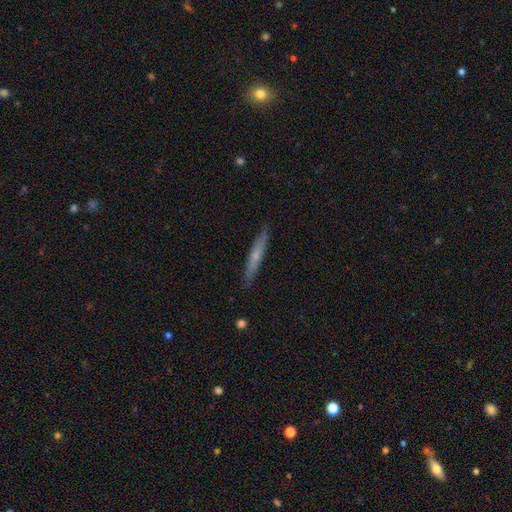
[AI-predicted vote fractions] This appears to be a smooth galaxy with no disk features (52%) that is cigar-shaped (94%). Merging: none (88%).